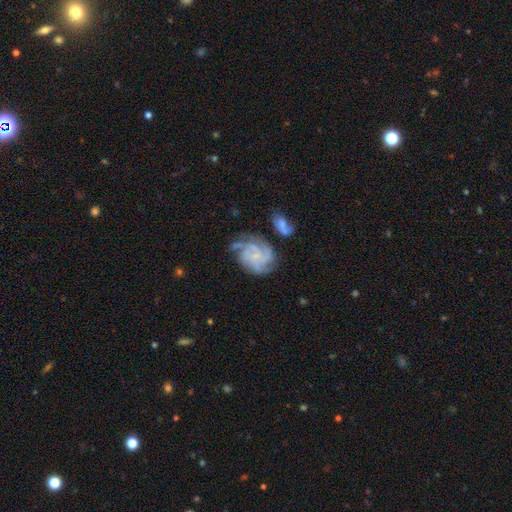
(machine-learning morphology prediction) This is clearly a featured or disk galaxy (82%). It is clearly not viewed edge-on (98%). Bar: likely no (70%). Spiral arm pattern: clearly yes (95%). Spiral arm count: marginally 3 (32%). Spiral winding: possibly tight (55%). Central bulge: likely small (71%). Merging: possibly none (56%).